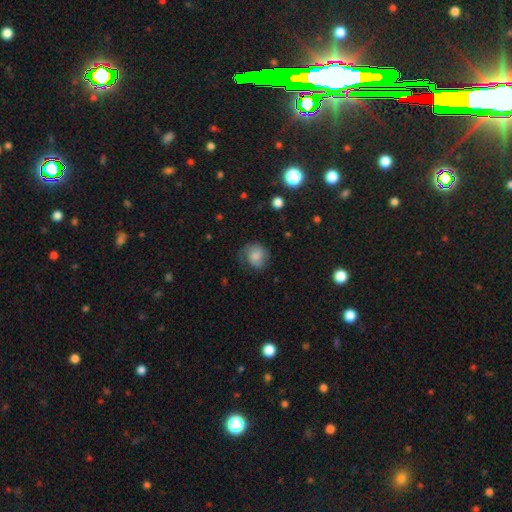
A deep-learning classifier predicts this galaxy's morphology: This appears to be a smooth galaxy with no disk features (67%) that is round (75%). Merging: none (55%).